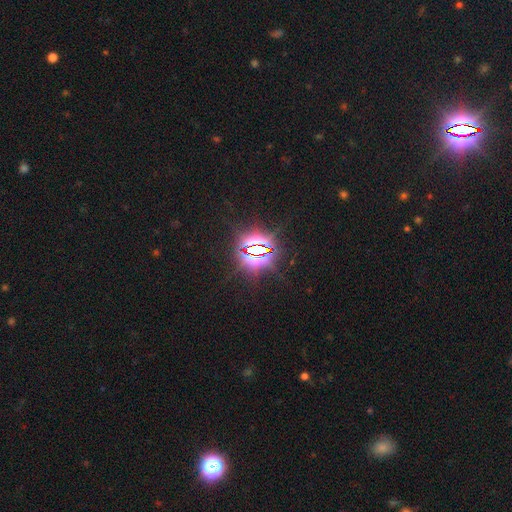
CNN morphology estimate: smooth-or-featured: star or artifact: 83% | smooth: 9% | featured or disk: 7%